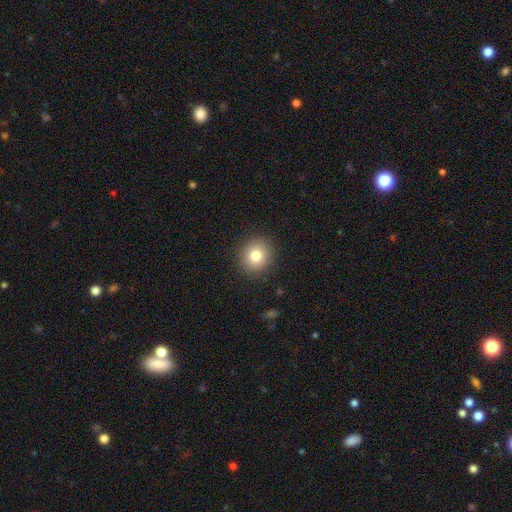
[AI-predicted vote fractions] This appears to be a smooth galaxy with no disk features (80%) that is round (87%). Merging: none (91%).